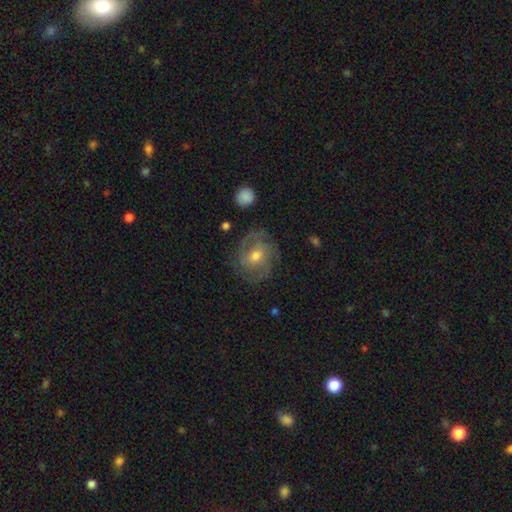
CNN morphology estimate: This appears to be a featured or disk galaxy (77%) with no bar (56%), 2 (32%) tight (53%) spiral arms (91%) and a moderate central bulge (68%). Merging: none (77%).